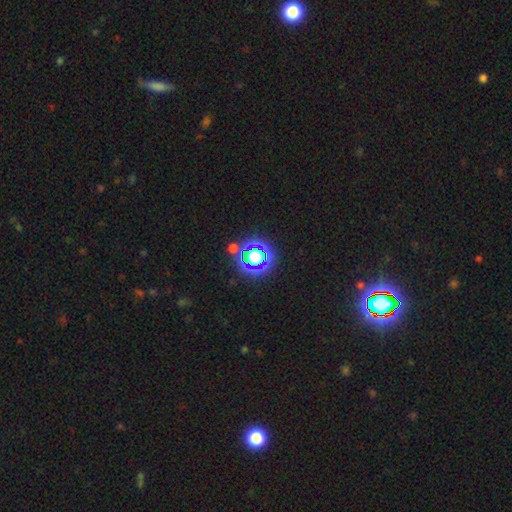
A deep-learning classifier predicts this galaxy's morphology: star or artifact 78%, smooth 15%, featured or disk 7%.